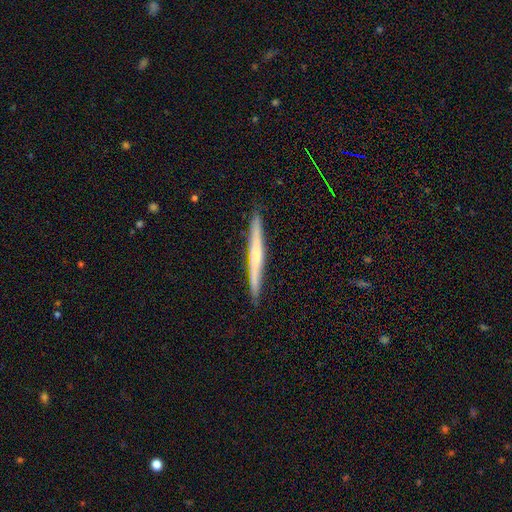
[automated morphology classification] This appears to be a featured or disk galaxy (57%) viewed edge-on (97%) with no central bulge (52%). Merging: none (91%).